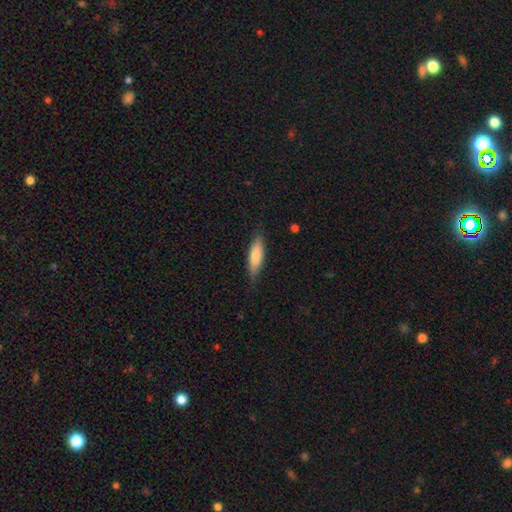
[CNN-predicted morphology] type=smooth (80%); roundness=cigar-shaped (58%); merging=none (80%).